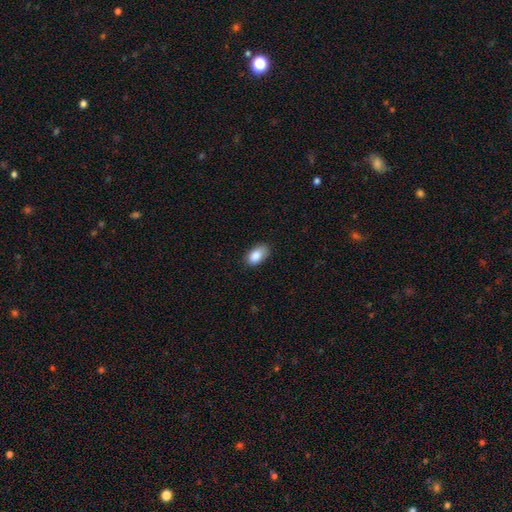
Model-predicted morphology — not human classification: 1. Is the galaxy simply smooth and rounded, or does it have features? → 87% smooth, 7% star or artifact, 6% featured or disk.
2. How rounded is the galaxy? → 93% in between, 5% round, 2% cigar-shaped.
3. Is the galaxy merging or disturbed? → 79% none, 17% minor disturbance, 3% major disturbance, 1% merger.